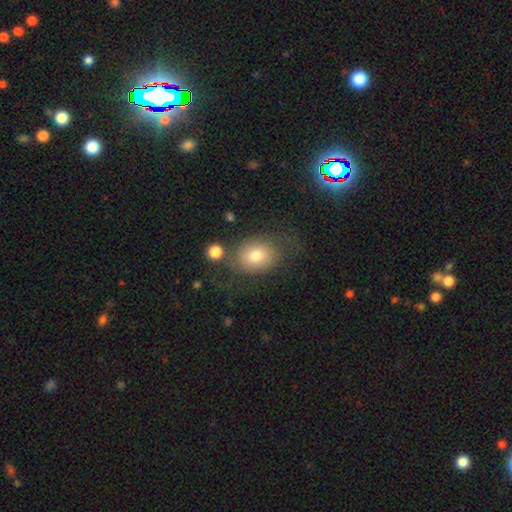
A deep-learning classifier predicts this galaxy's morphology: This is likely a smooth galaxy (67%). How rounded: likely in between (65%). Merging: possibly none (57%).